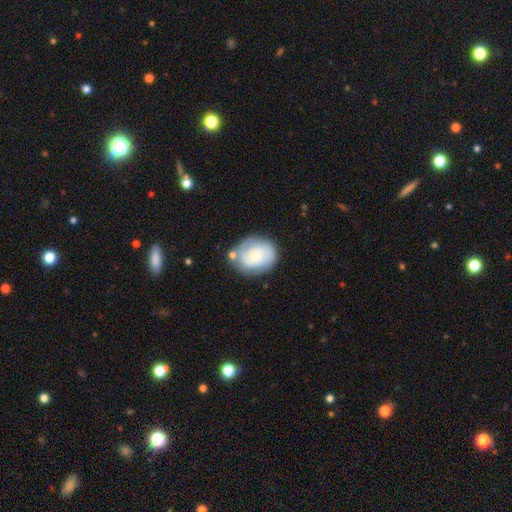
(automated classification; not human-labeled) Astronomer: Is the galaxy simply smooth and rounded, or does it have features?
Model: smooth — 47% (runner-up: featured or disk, 46%).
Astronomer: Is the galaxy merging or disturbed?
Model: none — 62%.